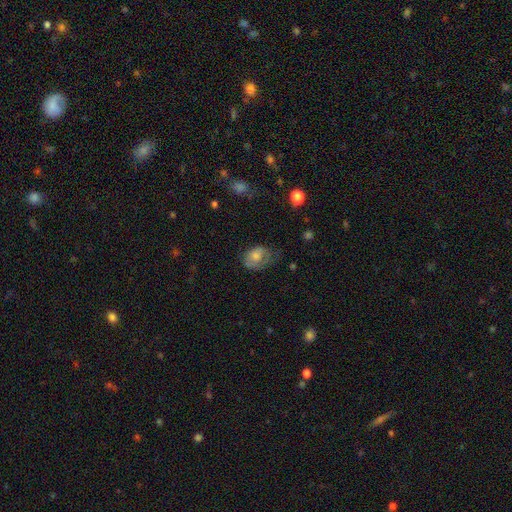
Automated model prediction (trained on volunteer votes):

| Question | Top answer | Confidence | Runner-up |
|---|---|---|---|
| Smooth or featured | smooth | 59% | featured or disk (30%) |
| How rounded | in between | 73% | round (26%) |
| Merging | none | 45% | minor disturbance (31%) |